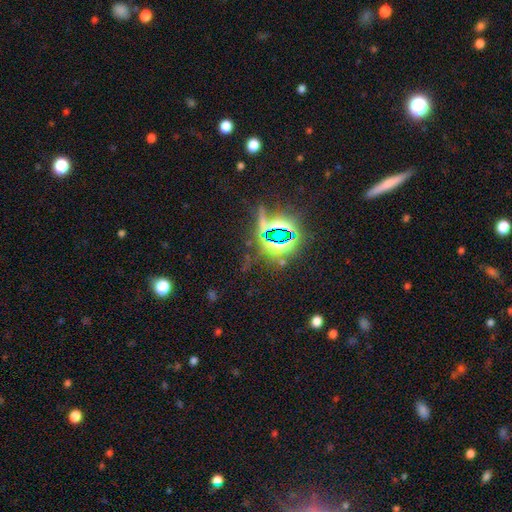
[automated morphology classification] Smooth or featured: star or artifact — 80% (smooth — 11%)